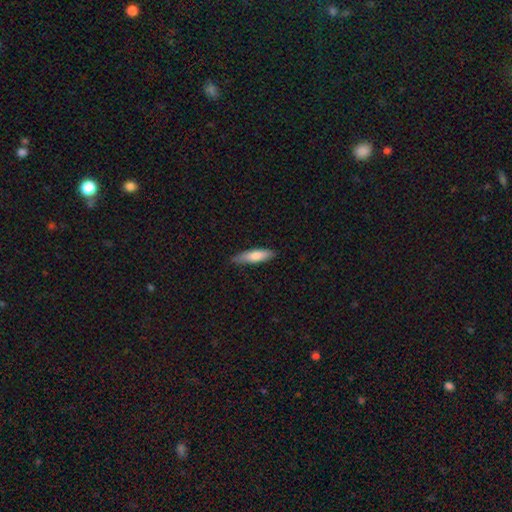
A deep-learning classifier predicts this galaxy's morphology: This is likely a smooth galaxy (76%). How rounded: likely cigar-shaped (67%). Merging: likely none (78%).